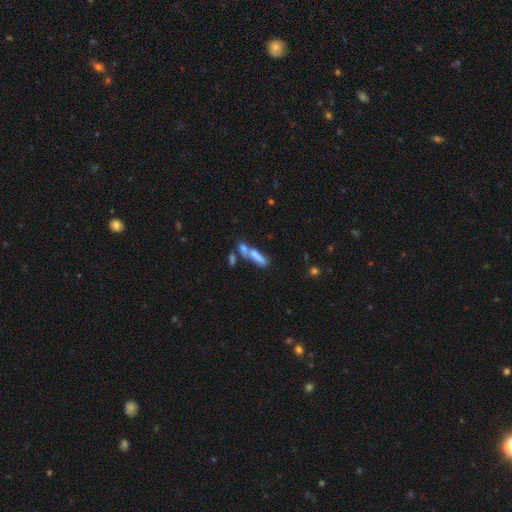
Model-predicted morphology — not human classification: This is likely a smooth galaxy (68%). How rounded: likely cigar-shaped (64%). Merging: possibly merger (49%).